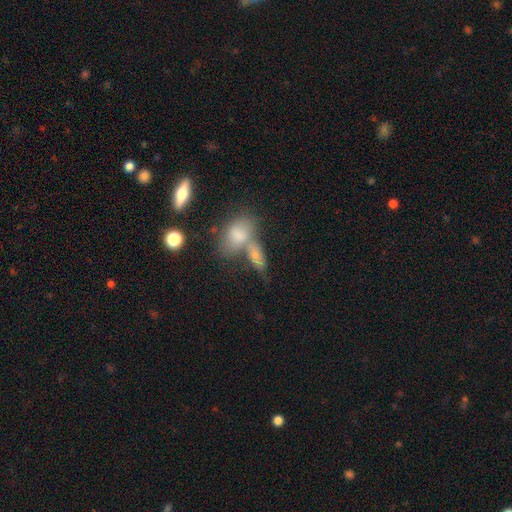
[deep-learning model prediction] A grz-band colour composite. It shows a smooth galaxy with no disk features (71%) that is in between round and cigar-shaped (80%). Merging: merger (56%).